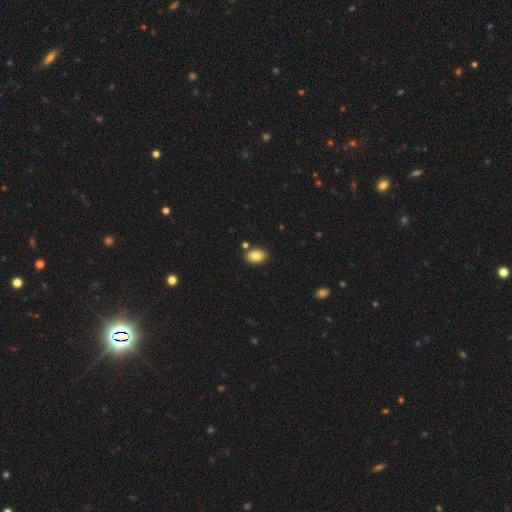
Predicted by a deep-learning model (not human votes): Smooth or featured? Predicted: smooth (p=0.83). How rounded? Predicted: in between (p=0.87). Merging? Predicted: none (p=0.83).